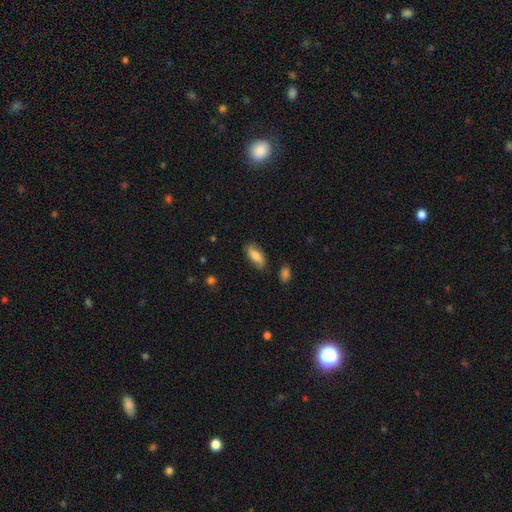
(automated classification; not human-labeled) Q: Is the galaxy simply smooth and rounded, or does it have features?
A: smooth — 72%.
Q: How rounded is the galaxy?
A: in between — 80%.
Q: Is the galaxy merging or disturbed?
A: none — 77%.